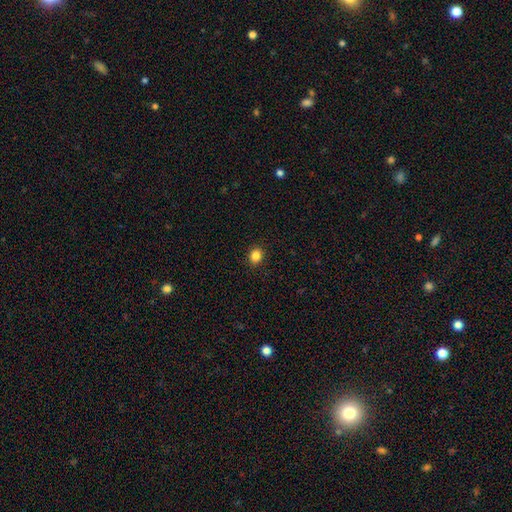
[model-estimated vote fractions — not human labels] Overall: smooth (85%). How rounded: round (66%; in between 33%). Merging: none (91%).